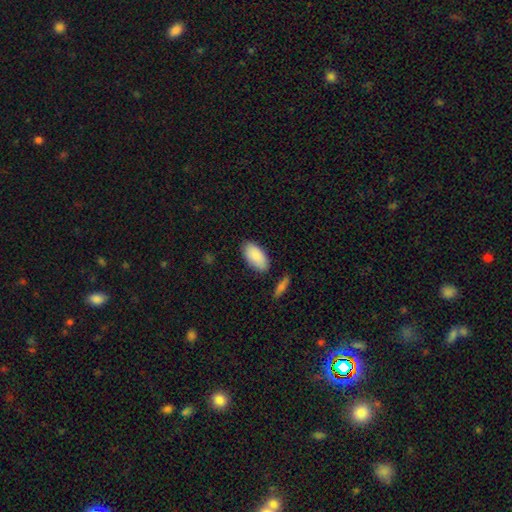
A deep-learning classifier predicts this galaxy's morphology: smooth-or-featured: smooth: 89% | star or artifact: 6% | featured or disk: 6%
  how-rounded: in between: 94% | cigar-shaped: 4% | round: 2%
  merging: none: 83% | minor disturbance: 12% | merger: 3% | major disturbance: 3%